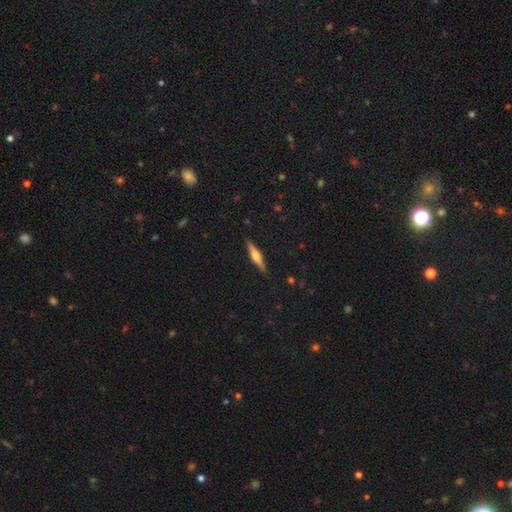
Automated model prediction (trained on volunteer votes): The model was most divided on "smooth or featured": featured or disk: 65%, smooth: 28%, star or artifact: 6%. More confident: edge-on disk — yes (97%); merging — none (90%); edge-on bulge — rounded (83%).